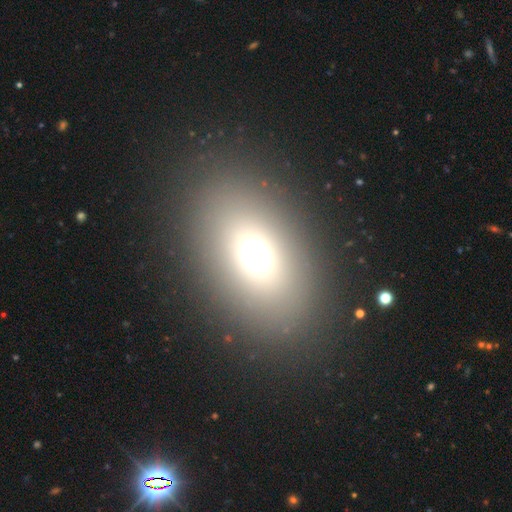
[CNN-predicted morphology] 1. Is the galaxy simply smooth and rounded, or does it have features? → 62% smooth, 20% star or artifact, 18% featured or disk.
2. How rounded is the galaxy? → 77% in between, 21% round, 2% cigar-shaped.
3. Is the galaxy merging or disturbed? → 84% none, 8% minor disturbance, 6% major disturbance, 2% merger.